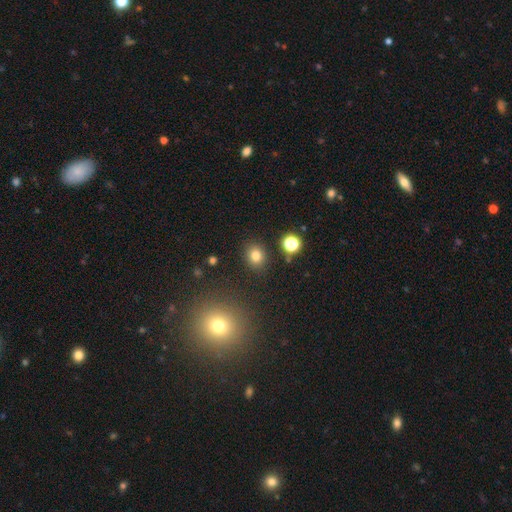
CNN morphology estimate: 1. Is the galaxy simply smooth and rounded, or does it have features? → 79% smooth, 14% star or artifact, 7% featured or disk.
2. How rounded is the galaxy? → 70% round, 29% in between, 1% cigar-shaped.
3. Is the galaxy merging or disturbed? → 87% none, 8% minor disturbance, 3% merger, 3% major disturbance.